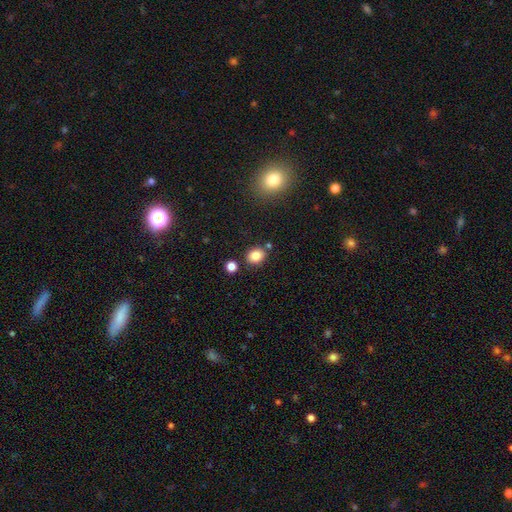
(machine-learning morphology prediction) smooth 83%, star or artifact 11%, featured or disk 6%. Down the decision tree: how rounded — round (58%); merging — none (78%).